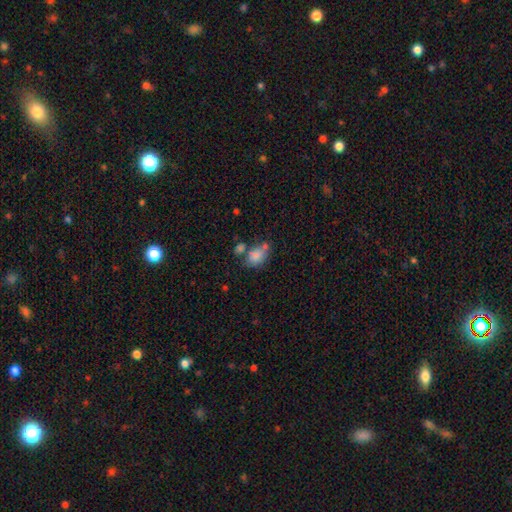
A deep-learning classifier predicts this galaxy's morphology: smooth 78%, featured or disk 12%, star or artifact 10%. Down the decision tree: how rounded — in between (71%); merging — none (45%).